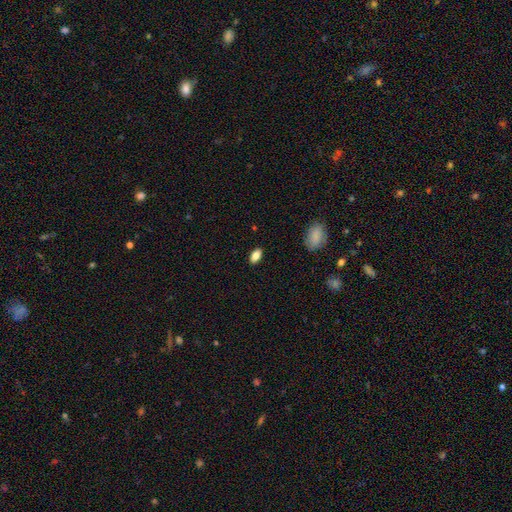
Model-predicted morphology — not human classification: Overall: smooth (84%). How rounded: in between (91%). Merging: none (87%).